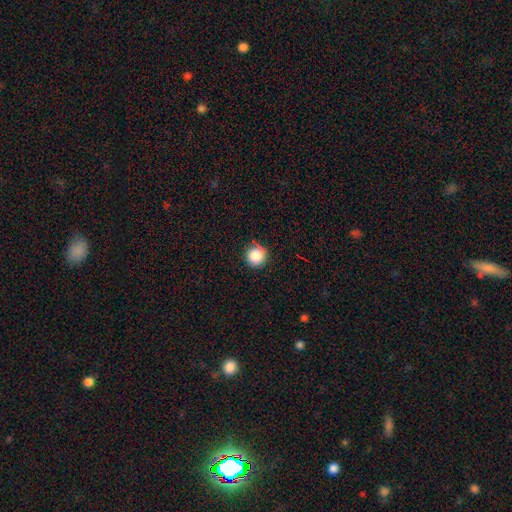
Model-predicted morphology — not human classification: Smooth or featured? smooth (85%)
How rounded? round (95%)
Merging? none (85%)